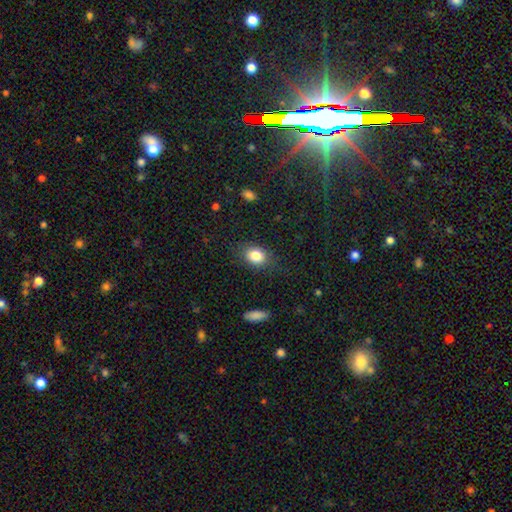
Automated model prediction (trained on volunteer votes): smooth-or-featured: smooth: 83% | star or artifact: 9% | featured or disk: 7%
  how-rounded: in between: 59% | round: 39% | cigar-shaped: 1%
  merging: none: 80% | minor disturbance: 14% | major disturbance: 5% | merger: 1%